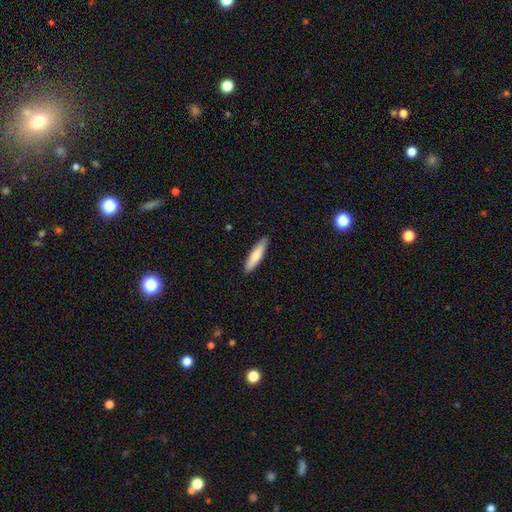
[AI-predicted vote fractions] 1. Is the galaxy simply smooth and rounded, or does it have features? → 78% smooth, 17% featured or disk, 5% star or artifact.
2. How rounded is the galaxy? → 77% cigar-shaped, 21% in between, 1% round.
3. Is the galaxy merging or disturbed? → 89% none, 8% minor disturbance, 2% major disturbance, 1% merger.